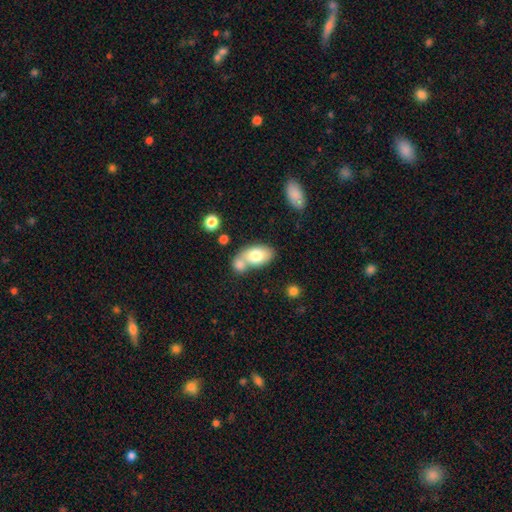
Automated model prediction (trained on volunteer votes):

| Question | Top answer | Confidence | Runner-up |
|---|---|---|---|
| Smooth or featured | smooth | 74% | featured or disk (19%) |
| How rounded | in between | 88% | round (10%) |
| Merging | merger | 48% | none (35%) |